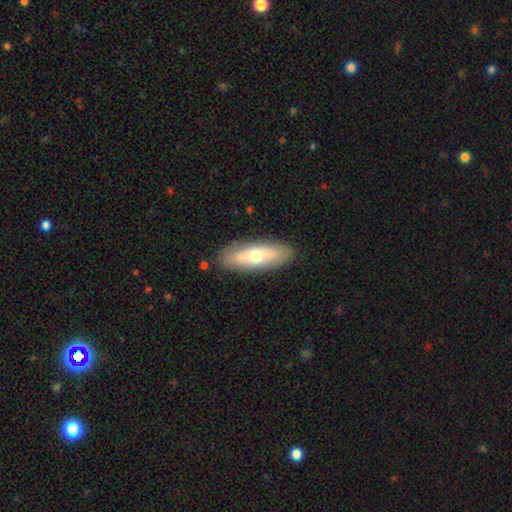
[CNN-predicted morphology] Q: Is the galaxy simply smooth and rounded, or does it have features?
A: smooth — 57%.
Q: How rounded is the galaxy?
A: in between — 62%.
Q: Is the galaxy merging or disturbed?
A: none — 86%.